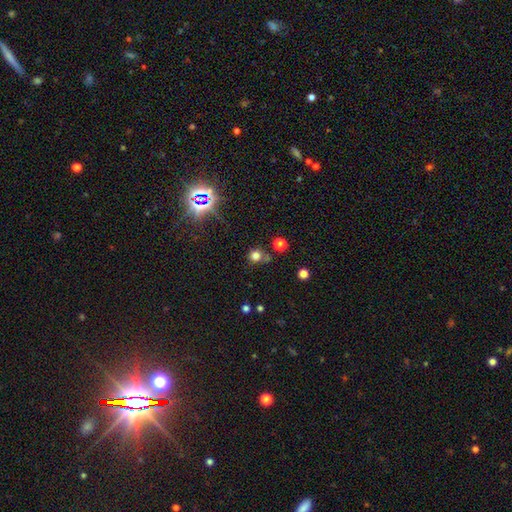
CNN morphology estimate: Smooth or featured? Predicted: smooth (p=0.71). How rounded? Predicted: round (p=0.89). Merging? Predicted: none (p=0.67).